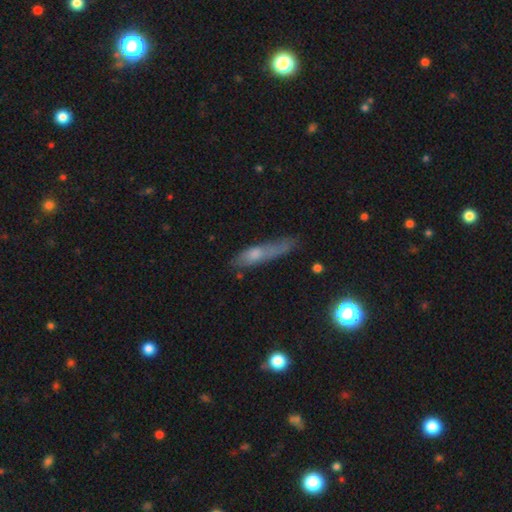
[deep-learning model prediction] Smooth or featured: smooth — 51% (featured or disk — 35%)
How rounded: cigar-shaped — 77% (in between — 19%)
Merging: none — 49% (minor disturbance — 30%)